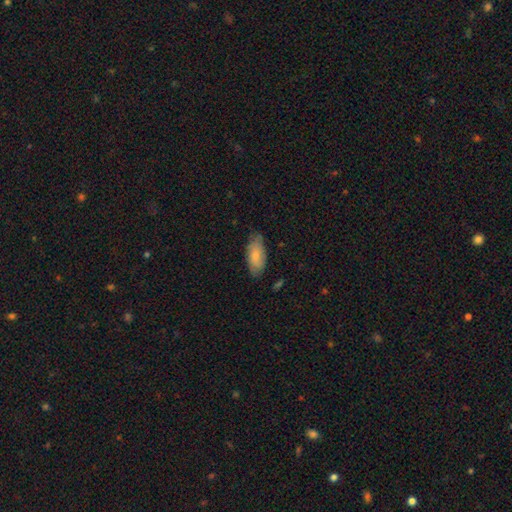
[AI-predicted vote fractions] smooth_or_featured: smooth (p=0.76) [alt: featured or disk p=0.18]
how_rounded: in between (p=0.87) [alt: cigar-shaped p=0.11]
merging: none (p=0.71) [alt: minor disturbance p=0.23]